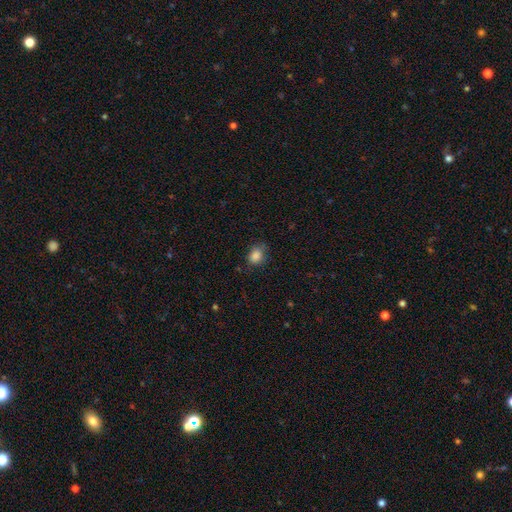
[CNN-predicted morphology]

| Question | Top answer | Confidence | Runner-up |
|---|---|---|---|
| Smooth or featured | smooth | 86% | star or artifact (10%) |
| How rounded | in between | 61% | round (38%) |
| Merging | none | 69% | minor disturbance (24%) |